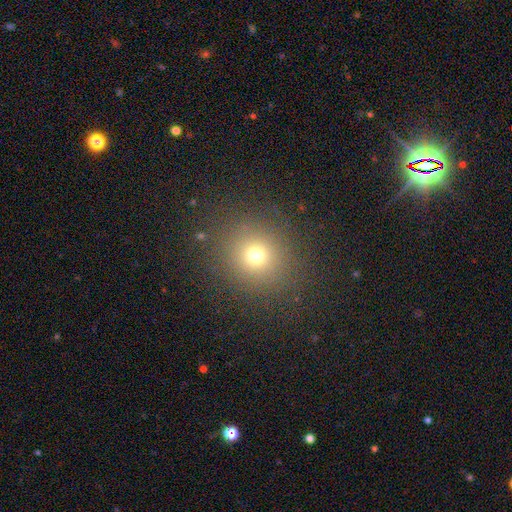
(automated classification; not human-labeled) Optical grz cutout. It shows a smooth galaxy with no disk features (70%) that is round (90%). Merging: none (87%).